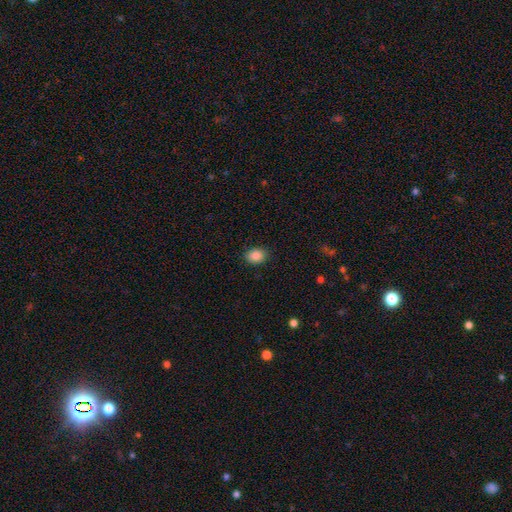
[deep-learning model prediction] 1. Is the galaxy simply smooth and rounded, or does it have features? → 87% smooth, 9% star or artifact, 4% featured or disk.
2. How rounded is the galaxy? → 55% in between, 44% round, 1% cigar-shaped.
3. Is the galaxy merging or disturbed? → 88% none, 9% minor disturbance, 2% major disturbance, 1% merger.